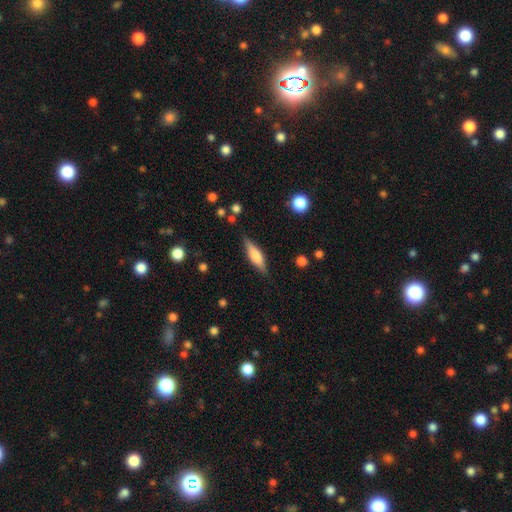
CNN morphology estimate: type=smooth (47%); merging=none (85%).